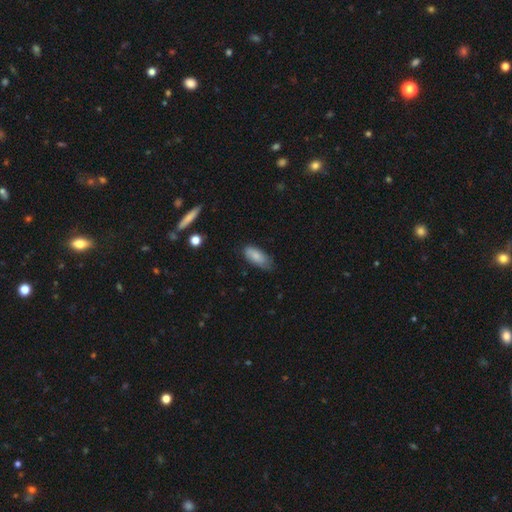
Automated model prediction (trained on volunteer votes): smooth 80%, featured or disk 13%, star or artifact 6%. Down the decision tree: how rounded — in between (85%); merging — none (62%).